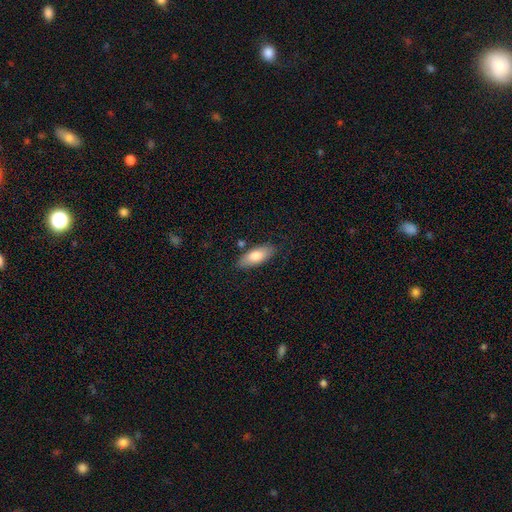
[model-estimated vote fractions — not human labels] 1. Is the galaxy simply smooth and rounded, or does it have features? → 80% smooth, 14% featured or disk, 6% star or artifact.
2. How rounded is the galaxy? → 80% in between, 18% cigar-shaped, 2% round.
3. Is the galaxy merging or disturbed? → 81% none, 13% minor disturbance, 3% merger, 3% major disturbance.